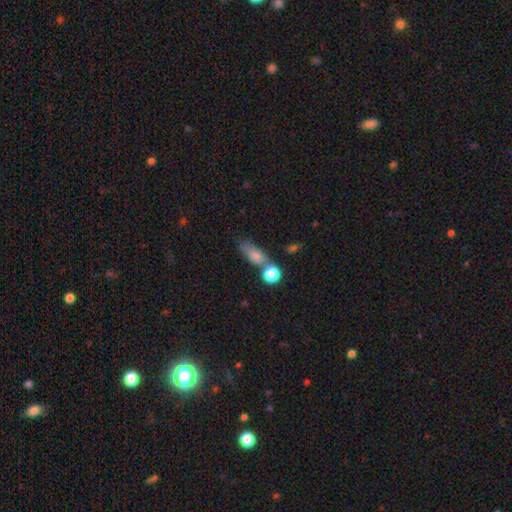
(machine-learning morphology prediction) Smooth or featured?
  - smooth: 74% *
  - featured or disk: 15%
  - star or artifact: 11%
How rounded?
  - in between: 57% *
  - cigar-shaped: 28%
  - round: 14%
Merging?
  - none: 50% *
  - merger: 21%
  - minor disturbance: 20%
  - major disturbance: 9%